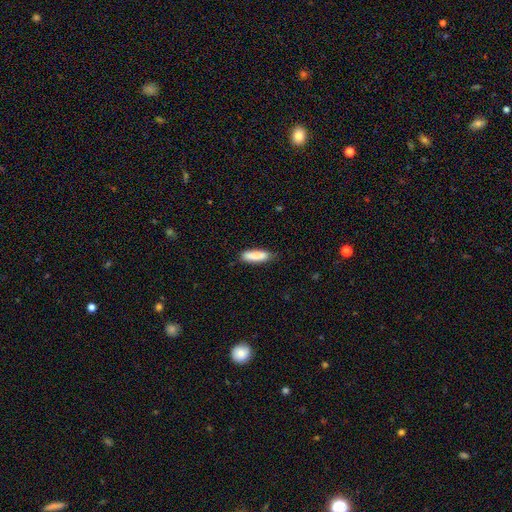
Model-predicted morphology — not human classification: type=smooth (87%); roundness=cigar-shaped (60%); merging=none (80%).